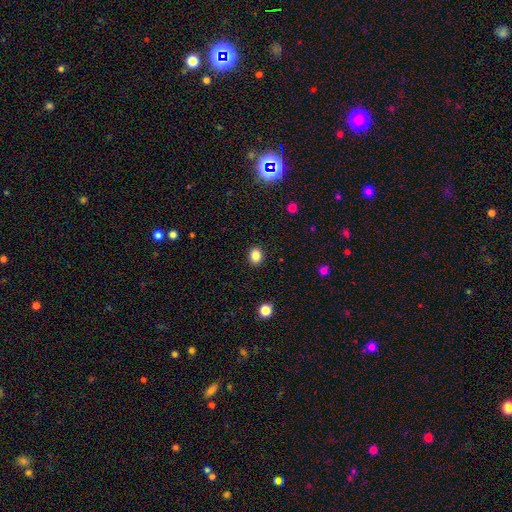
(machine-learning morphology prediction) smooth_or_featured: smooth (p=0.85) [alt: star or artifact p=0.11]
how_rounded: round (p=0.52) [alt: in between p=0.47]
merging: none (p=0.90) [alt: minor disturbance p=0.07]